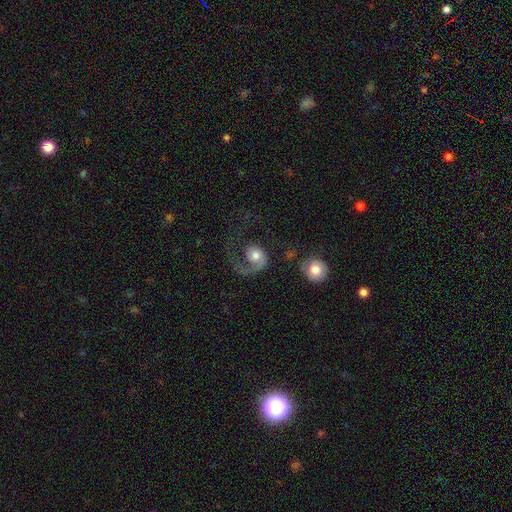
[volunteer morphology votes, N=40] This is likely a featured or disk galaxy (70%). It is clearly not viewed edge-on (96%). Bar: likely no (70%). Spiral arm pattern: clearly yes (81%). Spiral arm count: clearly 1 (100%). Spiral winding: possibly loose (50%). Central bulge: likely moderate (63%). Merging: possibly major disturbance (46%).